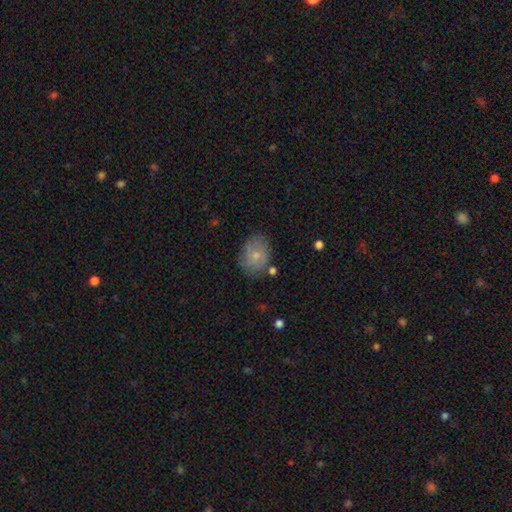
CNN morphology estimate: Smooth or featured? Predicted: smooth (p=0.67). How rounded? Predicted: in between (p=0.50). Merging? Predicted: none (p=0.68).